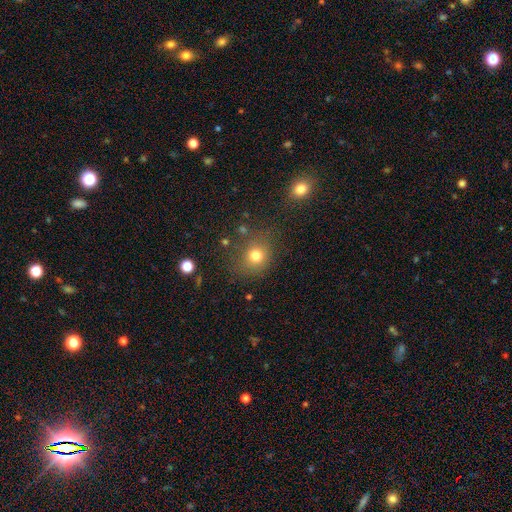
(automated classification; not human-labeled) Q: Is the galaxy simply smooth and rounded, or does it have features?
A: smooth — 76%.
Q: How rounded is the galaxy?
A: round — 77%.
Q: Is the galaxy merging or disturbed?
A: none — 75%.